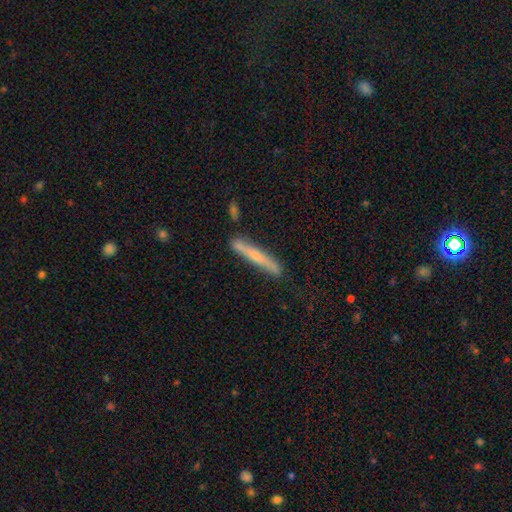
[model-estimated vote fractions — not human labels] Smooth or featured: featured or disk — 49% (smooth — 45%)
Merging: none — 82% (minor disturbance — 12%)